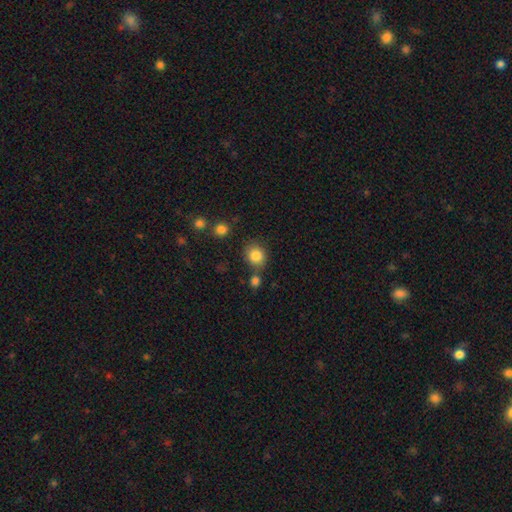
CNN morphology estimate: Q: Smooth or featured?
A: smooth (85%); runner-up: star or artifact (10%)
Q: How rounded?
A: round (80%); runner-up: in between (19%)
Q: Merging?
A: none (71%); runner-up: minor disturbance (13%)